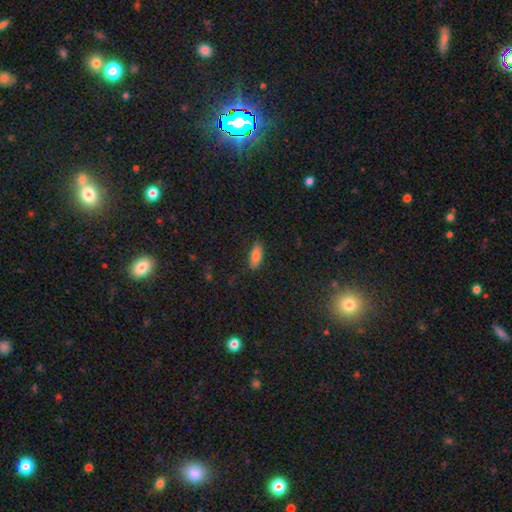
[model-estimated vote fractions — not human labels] A smooth galaxy with no disk features (82%) that is in between round and cigar-shaped (80%). Merging: none (84%).